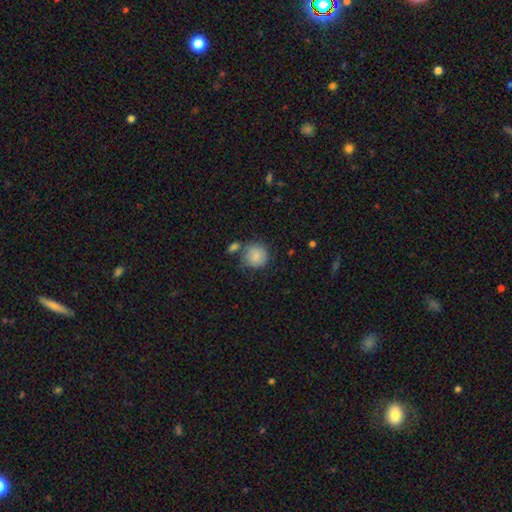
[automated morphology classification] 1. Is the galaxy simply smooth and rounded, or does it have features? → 86% smooth, 7% star or artifact, 7% featured or disk.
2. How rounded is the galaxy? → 87% round, 12% in between, 1% cigar-shaped.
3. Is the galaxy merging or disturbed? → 60% none, 18% minor disturbance, 15% merger, 6% major disturbance.